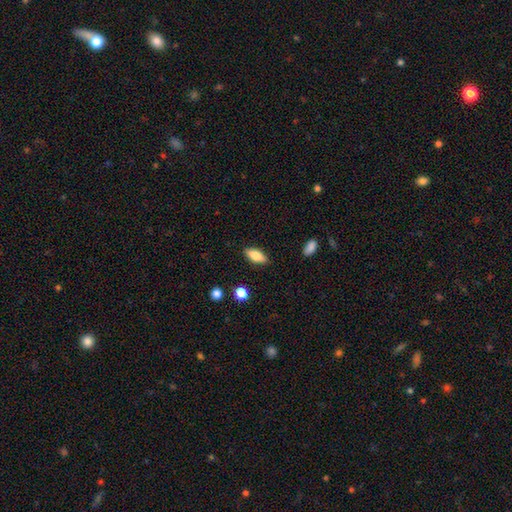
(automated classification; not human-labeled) Smooth or featured: smooth — 76% (featured or disk — 16%)
How rounded: in between — 82% (cigar-shaped — 15%)
Merging: none — 86% (minor disturbance — 10%)